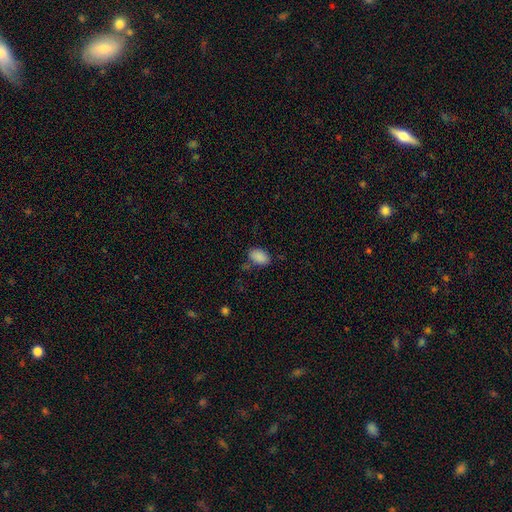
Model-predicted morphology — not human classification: Smooth or featured? Predicted: smooth (p=0.88). How rounded? Predicted: in between (p=0.90). Merging? Predicted: none (p=0.74).